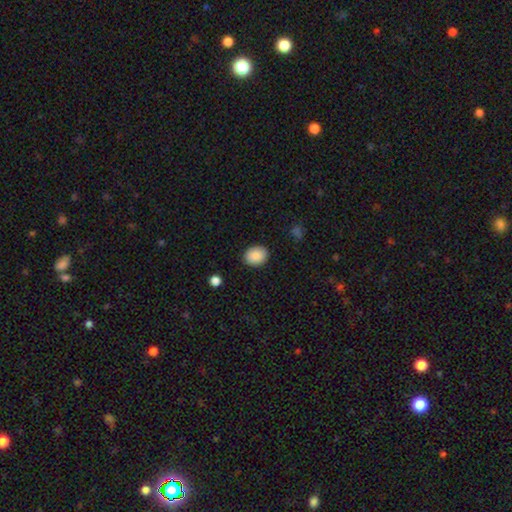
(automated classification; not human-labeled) Smooth or featured: smooth — 89% (star or artifact — 7%)
How rounded: round — 56% (in between — 43%)
Merging: none — 89% (minor disturbance — 8%)